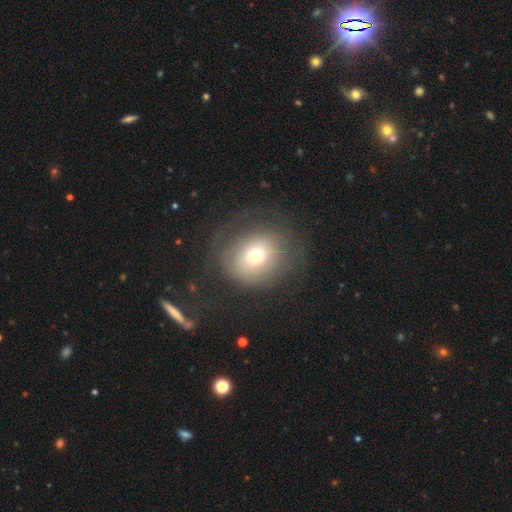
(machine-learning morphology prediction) smooth_or_featured: smooth (p=0.63) [alt: featured or disk p=0.25]
how_rounded: round (p=0.77) [alt: in between p=0.22]
merging: none (p=0.61) [alt: major disturbance p=0.20]